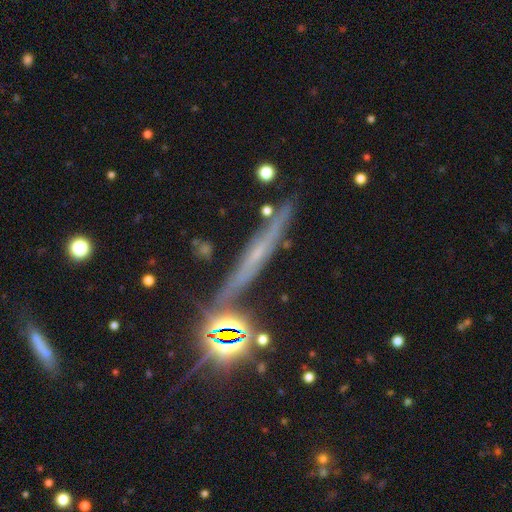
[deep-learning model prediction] smooth-or-featured: featured or disk: 56% | star or artifact: 23% | smooth: 21%
  disk-edge-on: yes: 90% | no: 10%
    edge-on-bulge: none: 56% | rounded: 34% | boxy: 10%
  merging: none: 77% | minor disturbance: 13% | merger: 6% | major disturbance: 4%